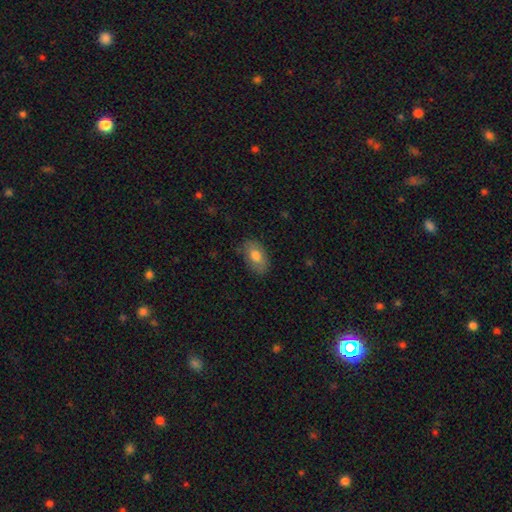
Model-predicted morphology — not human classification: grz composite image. It shows a smooth galaxy with no disk features (77%) that is in between round and cigar-shaped (91%). Merging: none (80%).